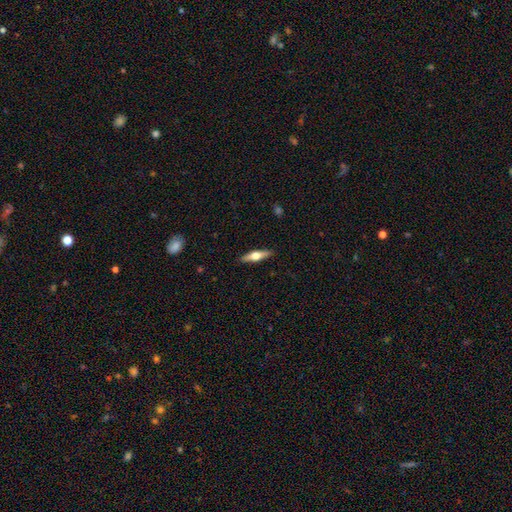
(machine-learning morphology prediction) Smooth or featured?
  - featured or disk: 56% *
  - smooth: 38%
  - star or artifact: 6%
Edge-on disk?
  - yes: 95% *
  - no: 5%
Edge-on bulge?
  - rounded: 95% *
  - boxy: 4%
  - none: 2%
Merging?
  - none: 91% *
  - minor disturbance: 7%
  - major disturbance: 1%
  - merger: 1%